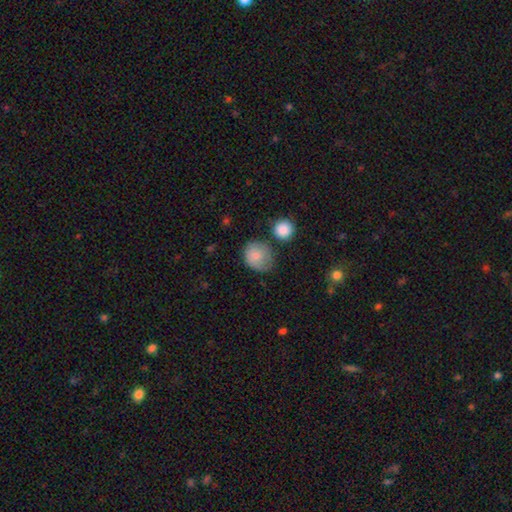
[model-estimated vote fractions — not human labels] Smooth or featured?
  - smooth: 78% *
  - featured or disk: 14%
  - star or artifact: 8%
How rounded?
  - round: 74% *
  - in between: 25%
  - cigar-shaped: 1%
Merging?
  - none: 55% *
  - minor disturbance: 29%
  - major disturbance: 9%
  - merger: 6%